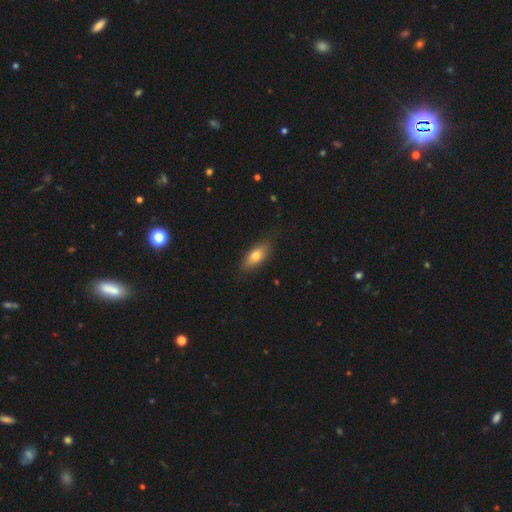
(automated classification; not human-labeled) This appears to be a smooth galaxy with no disk features (76%) that is in between round and cigar-shaped (83%). Merging: none (82%).